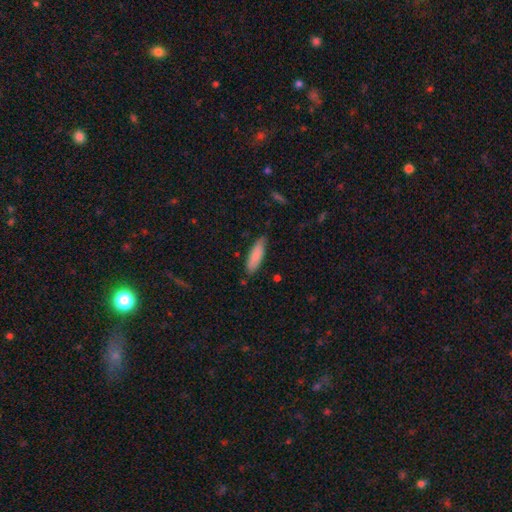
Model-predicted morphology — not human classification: Smooth or featured: smooth — 85% (featured or disk — 9%)
How rounded: cigar-shaped — 56% (in between — 43%)
Merging: none — 76% (minor disturbance — 19%)